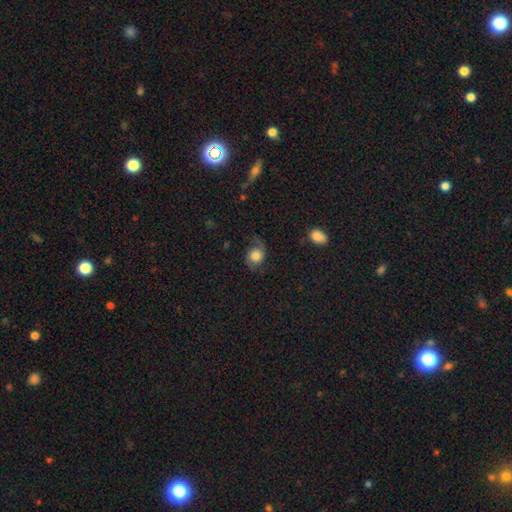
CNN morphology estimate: This is possibly a smooth galaxy (49%). Merging: likely none (60%).